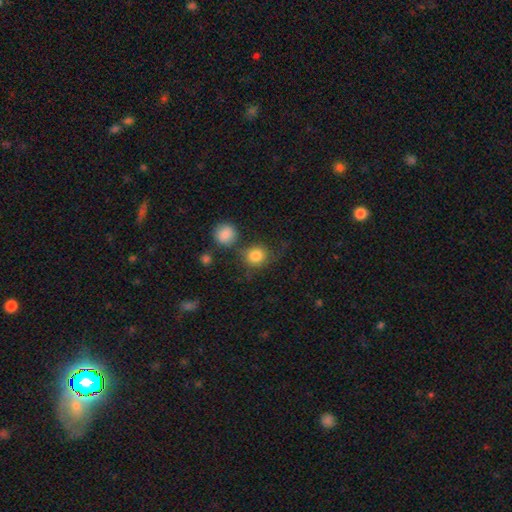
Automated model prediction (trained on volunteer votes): Overall: smooth (84%). How rounded: round (86%). Merging: none (67%).